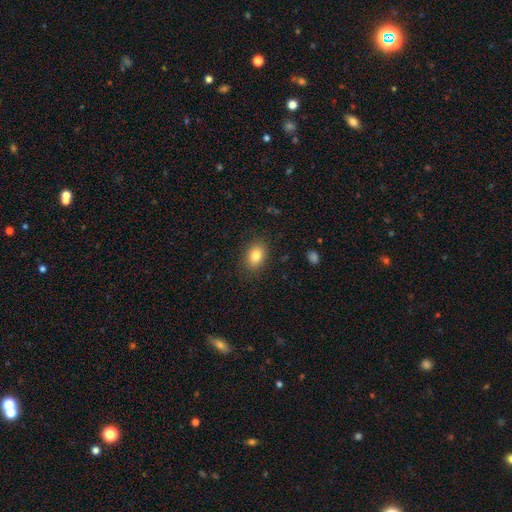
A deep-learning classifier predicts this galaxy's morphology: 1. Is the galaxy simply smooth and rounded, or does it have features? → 83% smooth, 9% star or artifact, 8% featured or disk.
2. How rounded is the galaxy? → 75% in between, 24% round, 1% cigar-shaped.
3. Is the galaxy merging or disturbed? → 87% none, 10% minor disturbance, 3% major disturbance, 1% merger.